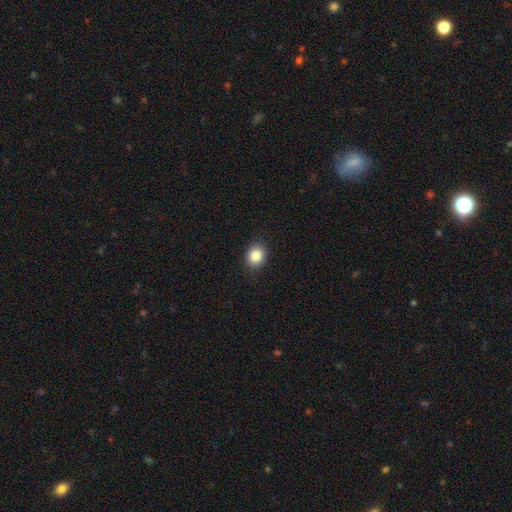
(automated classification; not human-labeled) smooth 85%, star or artifact 9%, featured or disk 5%. Down the decision tree: how rounded — round (59%); merging — none (89%).